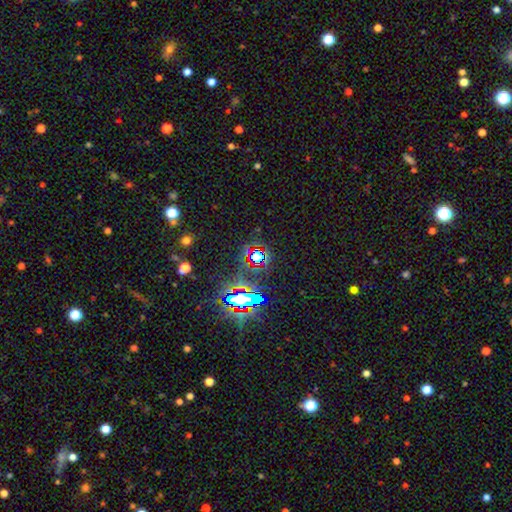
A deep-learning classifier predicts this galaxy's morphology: smooth-or-featured: star or artifact: 76% | smooth: 14% | featured or disk: 9%